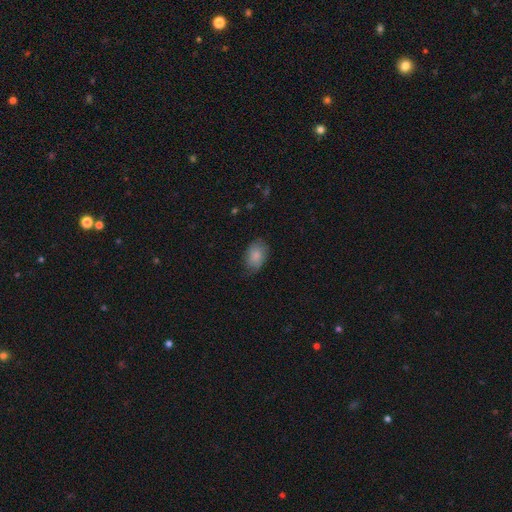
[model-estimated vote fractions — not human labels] Q: Smooth or featured?
A: smooth (82%); runner-up: featured or disk (11%)
Q: How rounded?
A: in between (86%); runner-up: round (13%)
Q: Merging?
A: none (70%); runner-up: minor disturbance (24%)